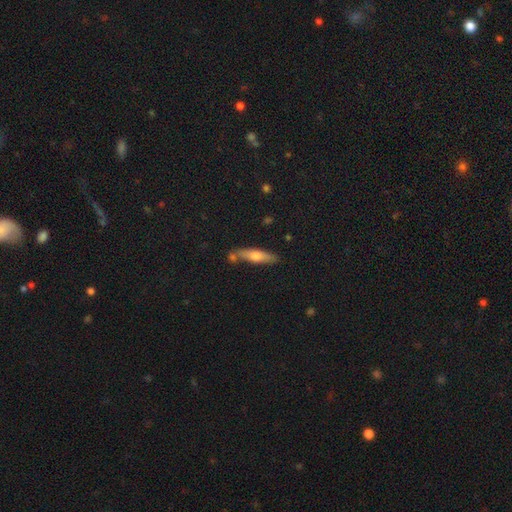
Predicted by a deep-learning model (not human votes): smooth_or_featured: smooth (p=0.54) [alt: featured or disk p=0.39]
how_rounded: cigar-shaped (p=0.76) [alt: in between p=0.22]
merging: none (p=0.74) [alt: minor disturbance p=0.13]